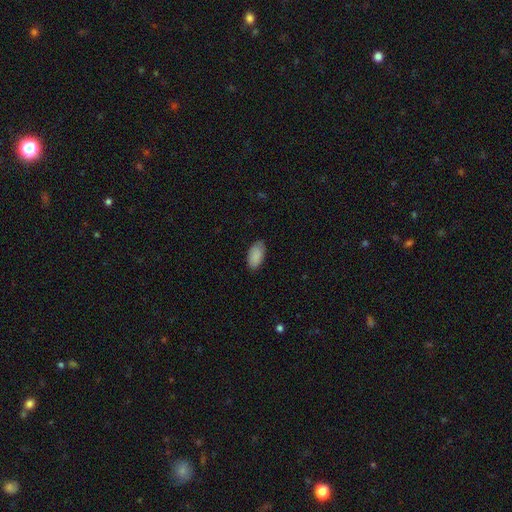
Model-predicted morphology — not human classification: smooth-or-featured: smooth: 89% | star or artifact: 7% | featured or disk: 4%
  how-rounded: in between: 95% | round: 3% | cigar-shaped: 3%
  merging: none: 81% | minor disturbance: 15% | major disturbance: 3% | merger: 1%